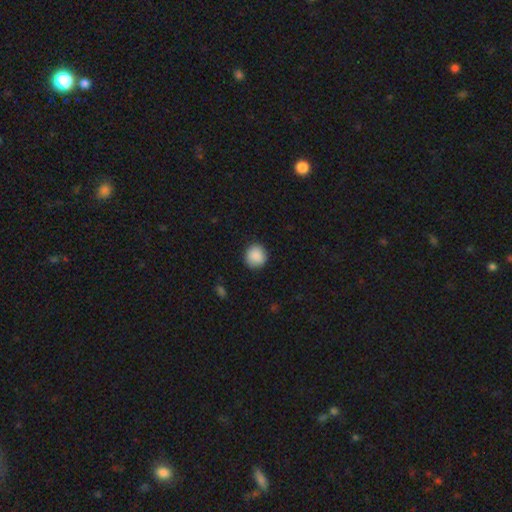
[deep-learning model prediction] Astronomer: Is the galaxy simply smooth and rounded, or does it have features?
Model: smooth — 90%.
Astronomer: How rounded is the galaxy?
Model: round — 90%.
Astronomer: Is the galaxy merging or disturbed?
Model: none — 89%.